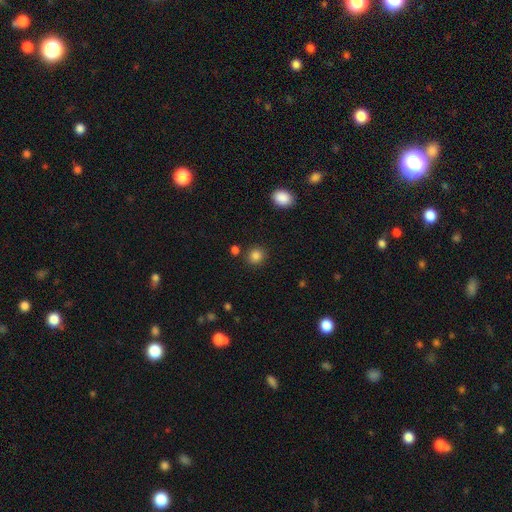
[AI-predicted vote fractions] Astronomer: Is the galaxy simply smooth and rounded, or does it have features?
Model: smooth — 85%.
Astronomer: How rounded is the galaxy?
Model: round — 84%.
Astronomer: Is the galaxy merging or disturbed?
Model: none — 86%.